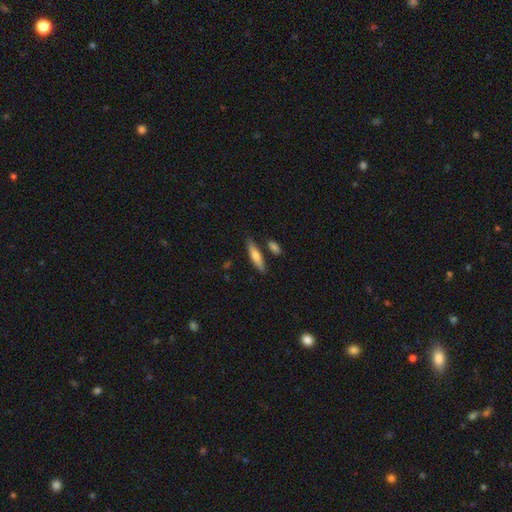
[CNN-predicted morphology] Smooth or featured: smooth — 67% (featured or disk — 28%)
How rounded: cigar-shaped — 76% (in between — 22%)
Merging: none — 77% (minor disturbance — 12%)